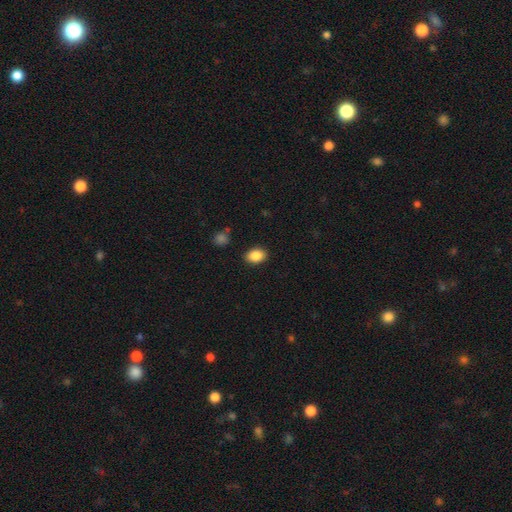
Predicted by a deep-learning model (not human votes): This appears to be a smooth galaxy with no disk features (86%) that is in between round and cigar-shaped (78%). Merging: none (88%).